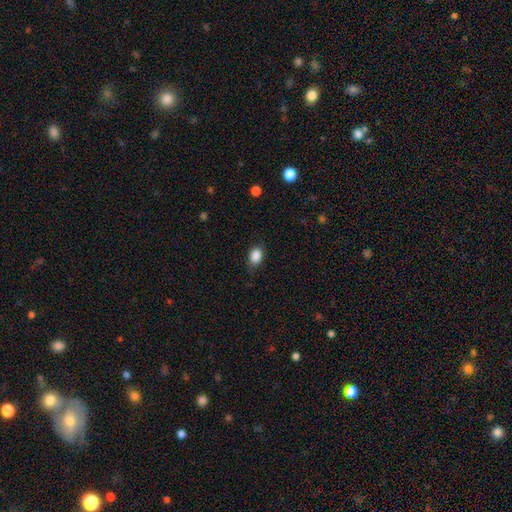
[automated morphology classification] Q: Smooth or featured?
A: smooth (88%); runner-up: star or artifact (9%)
Q: How rounded?
A: in between (69%); runner-up: round (30%)
Q: Merging?
A: none (73%); runner-up: minor disturbance (21%)